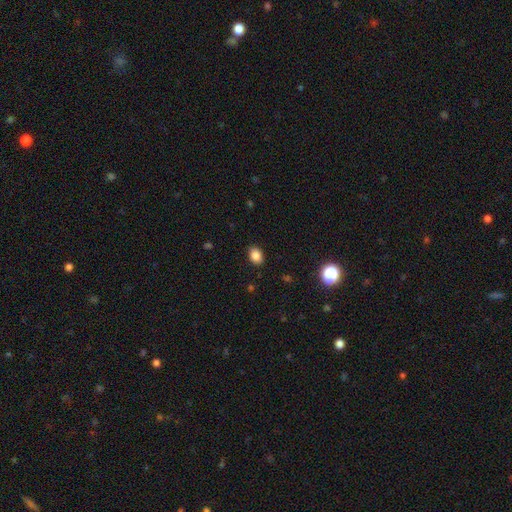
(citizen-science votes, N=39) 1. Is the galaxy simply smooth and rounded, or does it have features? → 82% smooth, 10% star or artifact, 8% featured or disk.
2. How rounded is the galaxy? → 62% in between, 34% round, 3% cigar-shaped.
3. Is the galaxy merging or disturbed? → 89% none, 9% major disturbance, 3% minor disturbance, 0% merger.